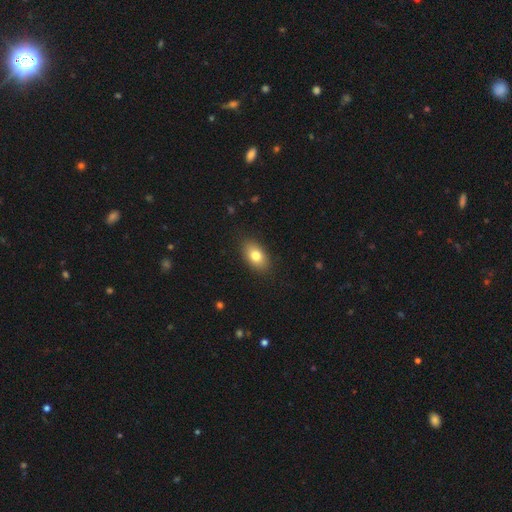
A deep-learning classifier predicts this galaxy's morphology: Overall: smooth (79%). How rounded: in between (88%). Merging: none (86%).